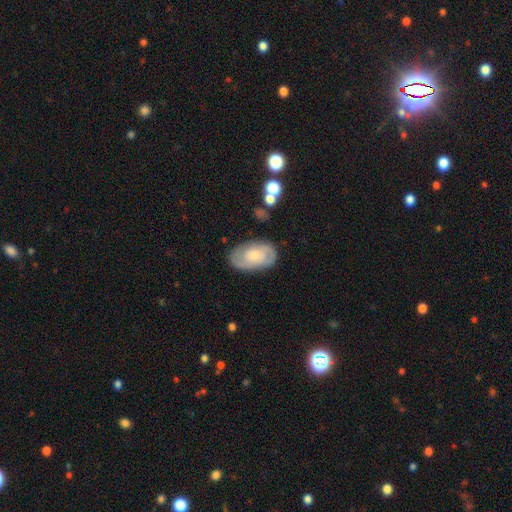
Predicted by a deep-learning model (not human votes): The model was most divided on "bulge size": small: 50%, moderate: 41%, large: 5%, none: 4%, dominant: 1%. Remaining: edge-on disk — no (96%); spiral arms — yes (85%); merging — none (77%); bar — no (75%); smooth or featured — featured or disk (63%); spiral winding — tight (52%); spiral arm count — 2 (50%).